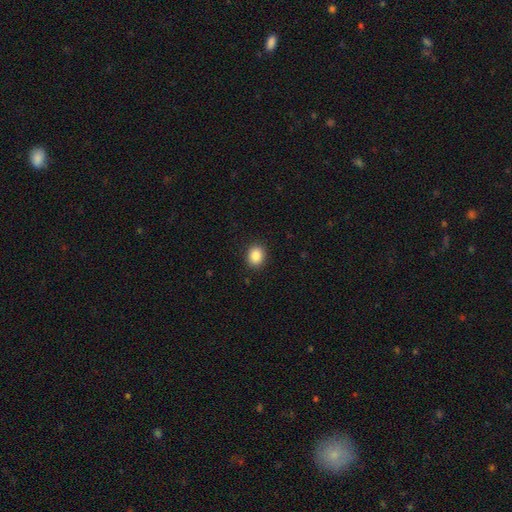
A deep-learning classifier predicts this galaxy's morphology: smooth-or-featured: smooth: 87% | star or artifact: 9% | featured or disk: 4%
  how-rounded: round: 63% | in between: 36% | cigar-shaped: 1%
  merging: none: 90% | minor disturbance: 7% | major disturbance: 2% | merger: 1%